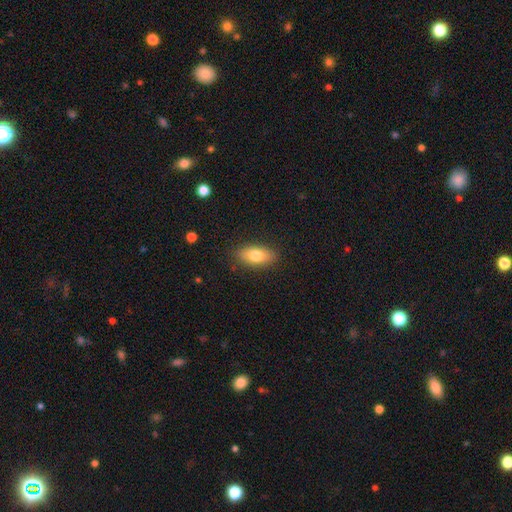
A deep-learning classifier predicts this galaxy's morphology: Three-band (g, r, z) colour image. It shows a smooth galaxy with no disk features (76%) that is in between round and cigar-shaped (84%). Merging: none (87%).